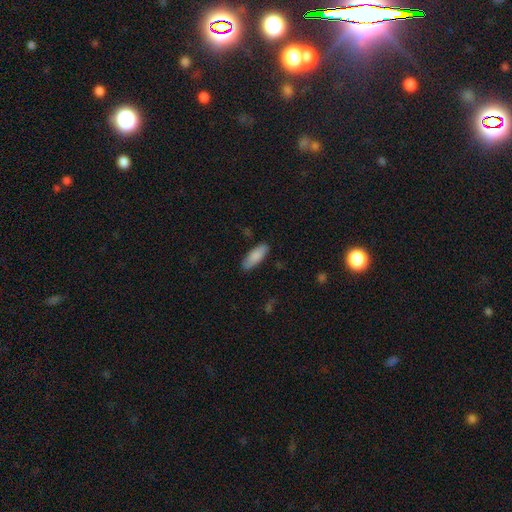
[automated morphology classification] Smooth or featured? smooth (85%)
How rounded? in between (69%)
Merging? none (86%)